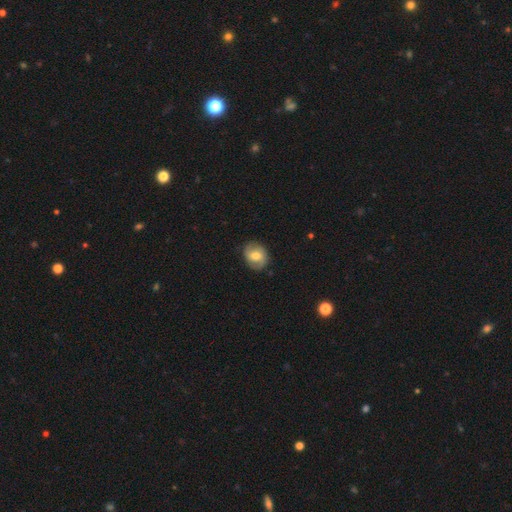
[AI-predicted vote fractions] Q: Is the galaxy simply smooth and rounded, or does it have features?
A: featured or disk — 47%.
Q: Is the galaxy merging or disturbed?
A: none — 83%.